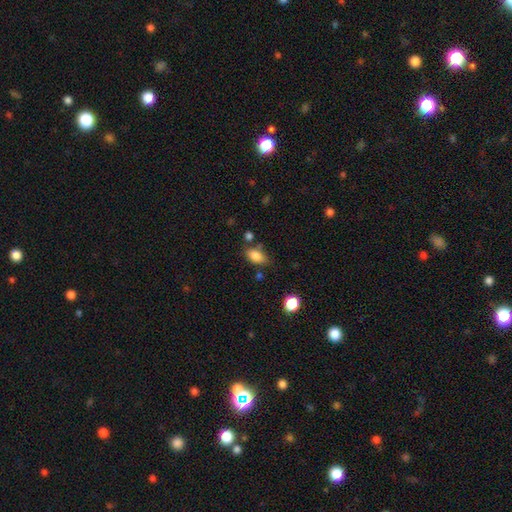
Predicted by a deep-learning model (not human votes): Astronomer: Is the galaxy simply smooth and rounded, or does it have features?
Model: smooth — 84%.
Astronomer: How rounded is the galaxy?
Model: in between — 88%.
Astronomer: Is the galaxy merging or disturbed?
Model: none — 69%.